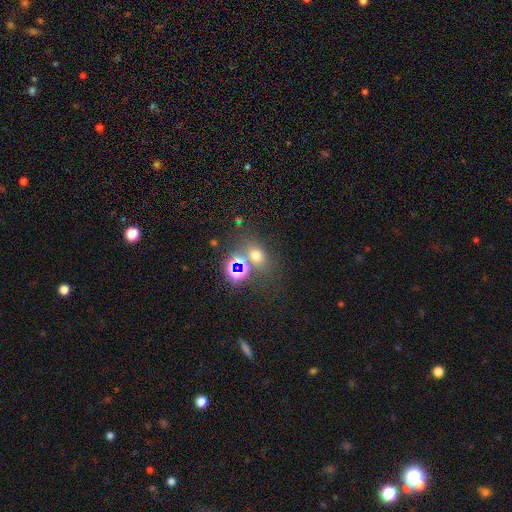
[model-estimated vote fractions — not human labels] Smooth or featured: smooth — 58% (star or artifact — 32%)
How rounded: round — 53% (in between — 46%)
Merging: none — 63% (merger — 19%)